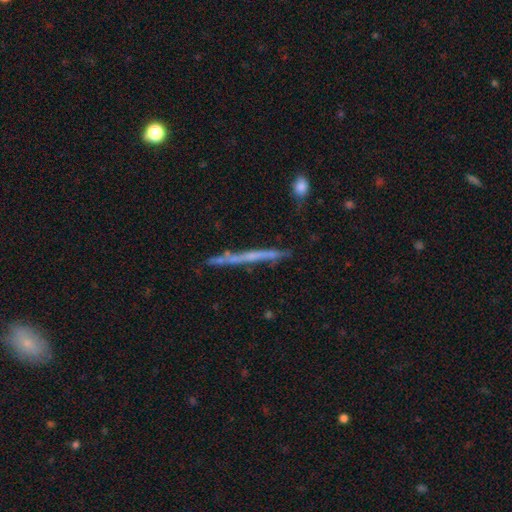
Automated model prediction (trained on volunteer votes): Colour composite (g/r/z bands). It shows a featured or disk galaxy (57%) viewed edge-on (93%) with no central bulge (83%). Merging: none (75%).